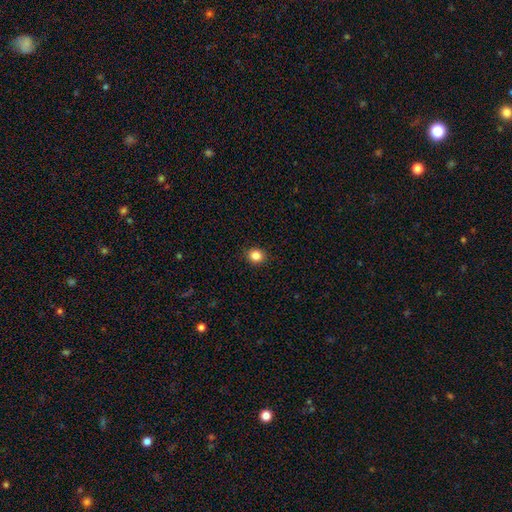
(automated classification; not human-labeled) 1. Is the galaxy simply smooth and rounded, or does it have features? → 85% smooth, 11% star or artifact, 4% featured or disk.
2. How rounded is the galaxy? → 82% round, 17% in between, 1% cigar-shaped.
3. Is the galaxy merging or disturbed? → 92% none, 6% minor disturbance, 2% major disturbance, 1% merger.